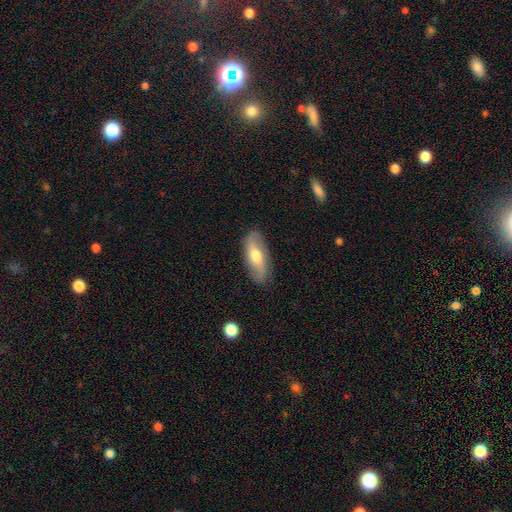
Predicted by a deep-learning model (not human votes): A smooth galaxy with no disk features (48%). Merging: none (83%).